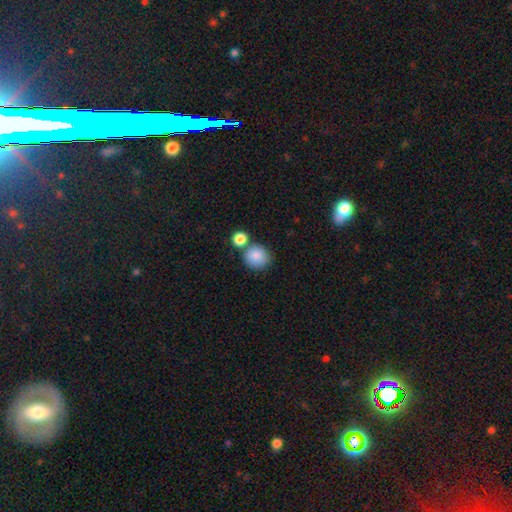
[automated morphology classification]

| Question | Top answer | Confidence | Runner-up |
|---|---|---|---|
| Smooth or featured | smooth | 87% | star or artifact (8%) |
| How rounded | round | 84% | in between (15%) |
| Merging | none | 60% | merger (25%) |